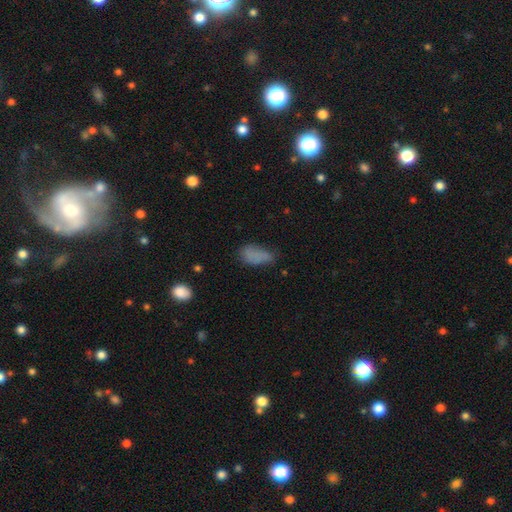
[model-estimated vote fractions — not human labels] Smooth or featured? Predicted: smooth (p=0.76). How rounded? Predicted: in between (p=0.88). Merging? Predicted: none (p=0.44).